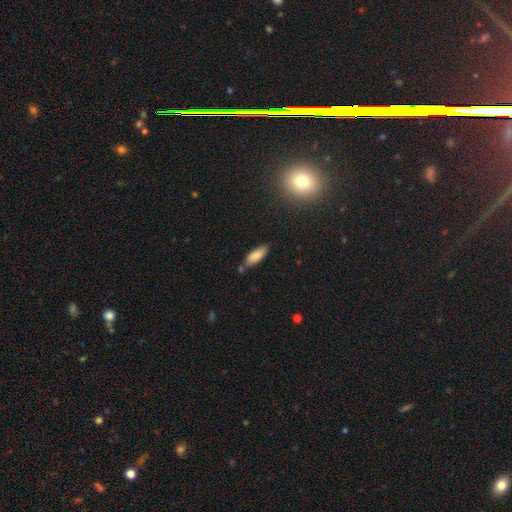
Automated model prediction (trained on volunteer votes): This appears to be a smooth galaxy with no disk features (83%) that is in between round and cigar-shaped (69%). Merging: none (74%).